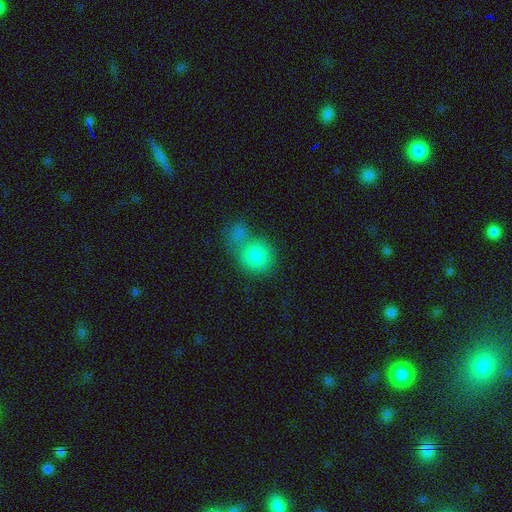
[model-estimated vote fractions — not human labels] Smooth or featured? smooth (81%)
How rounded? round (77%)
Merging? merger (48%)